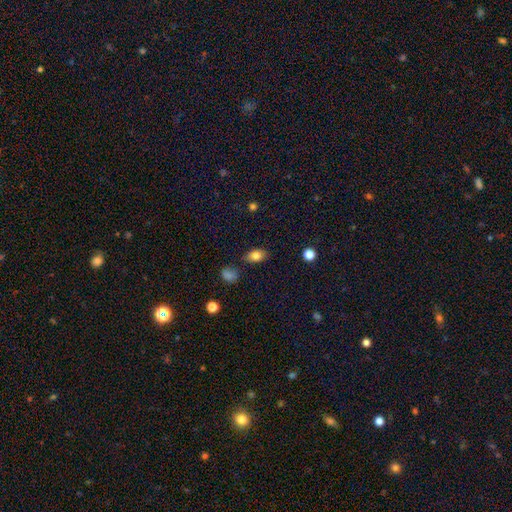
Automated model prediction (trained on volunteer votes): The model was most divided on "merging": none: 80%, minor disturbance: 14%, major disturbance: 3%, merger: 3%. More confident: how rounded — in between (85%); smooth or featured — smooth (81%).